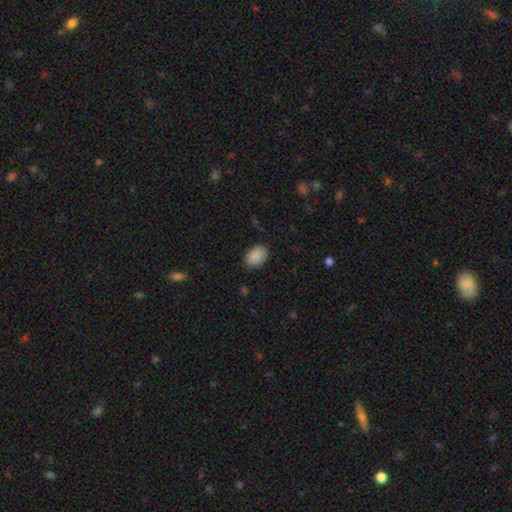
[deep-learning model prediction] Morphology: type=smooth (89%); roundness=in between (81%); merging=none (84%).